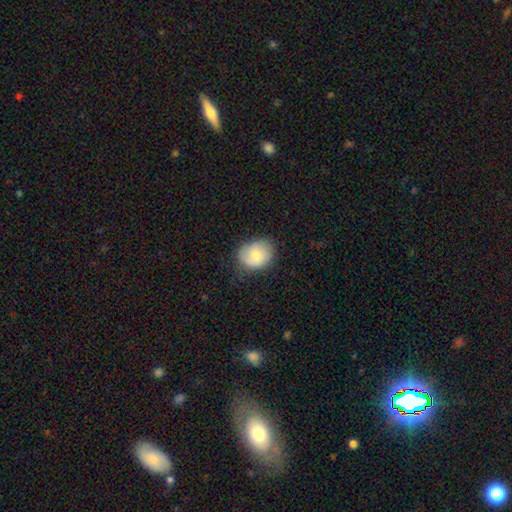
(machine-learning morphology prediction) A smooth galaxy with no disk features (71%) that is round (57%).

Vote fractions:
- Smooth or featured? smooth: 71% / featured or disk: 21% / star or artifact: 8%
- How rounded? round: 57% / in between: 43% / cigar-shaped: 1%
- Merging? none: 71% / minor disturbance: 23% / major disturbance: 6% / merger: 1%